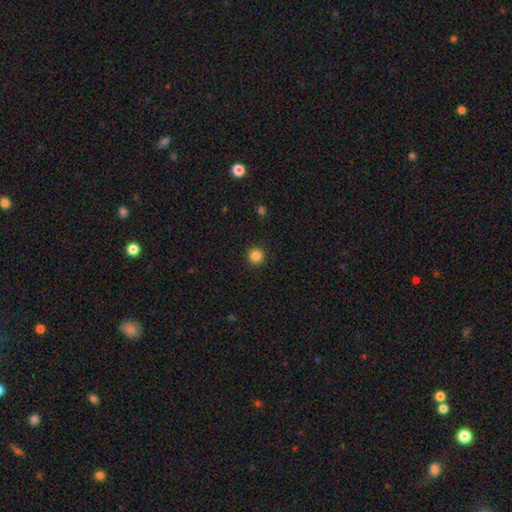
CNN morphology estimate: Smooth or featured? Predicted: smooth (p=0.85). How rounded? Predicted: round (p=0.95). Merging? Predicted: none (p=0.93).